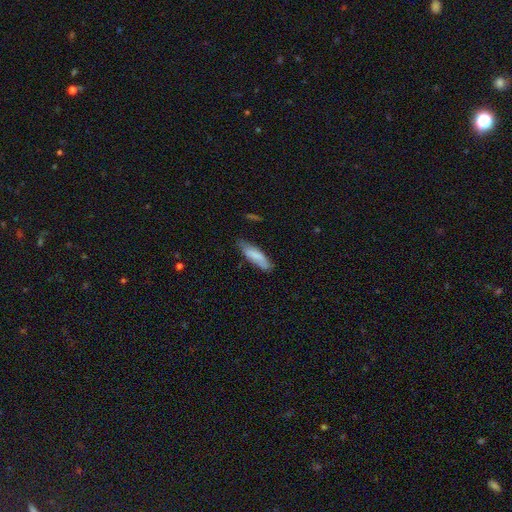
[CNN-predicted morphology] type=smooth (77%); roundness=cigar-shaped (55%); merging=none (65%).